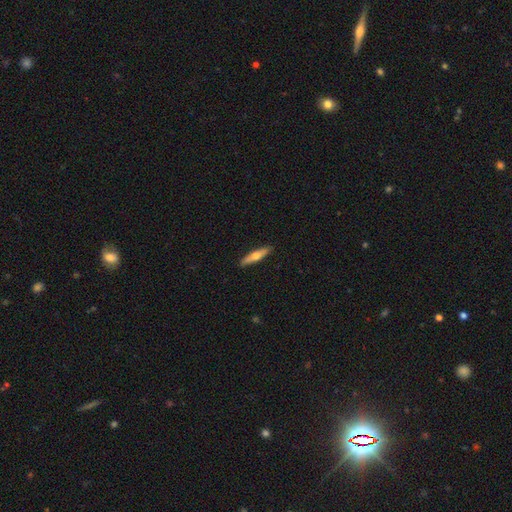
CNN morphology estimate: This appears to be a smooth galaxy with no disk features (48%). Merging: none (90%).